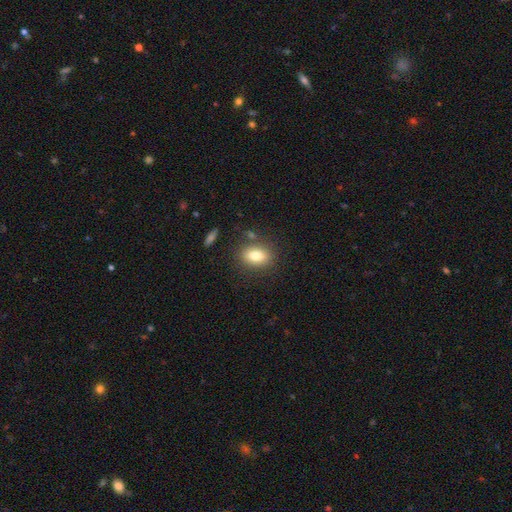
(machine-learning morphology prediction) smooth-or-featured: smooth: 79% | featured or disk: 11% | star or artifact: 9%
  how-rounded: in between: 71% | round: 27% | cigar-shaped: 2%
  merging: none: 80% | minor disturbance: 11% | merger: 5% | major disturbance: 4%